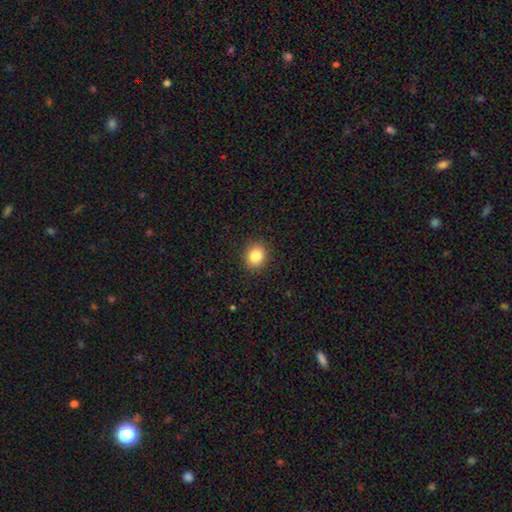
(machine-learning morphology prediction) Overall: smooth (84%). How rounded: round (64%; in between 35%). Merging: none (90%).